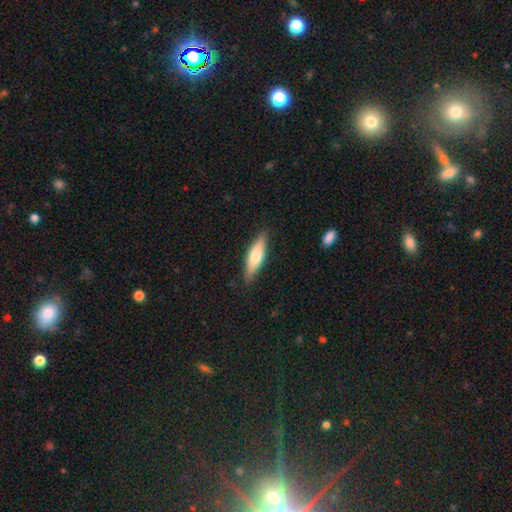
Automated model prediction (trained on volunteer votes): Smooth or featured: smooth — 63% (featured or disk — 31%)
How rounded: cigar-shaped — 54% (in between — 45%)
Merging: none — 85% (minor disturbance — 11%)